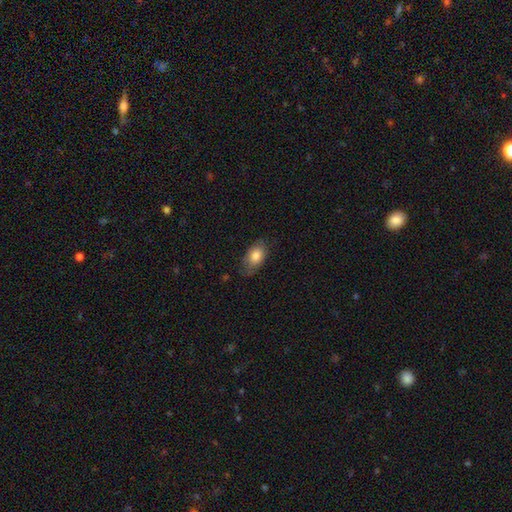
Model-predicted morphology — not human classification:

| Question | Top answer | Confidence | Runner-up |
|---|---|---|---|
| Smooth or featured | smooth | 81% | featured or disk (12%) |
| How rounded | in between | 89% | round (9%) |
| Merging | none | 68% | minor disturbance (25%) |